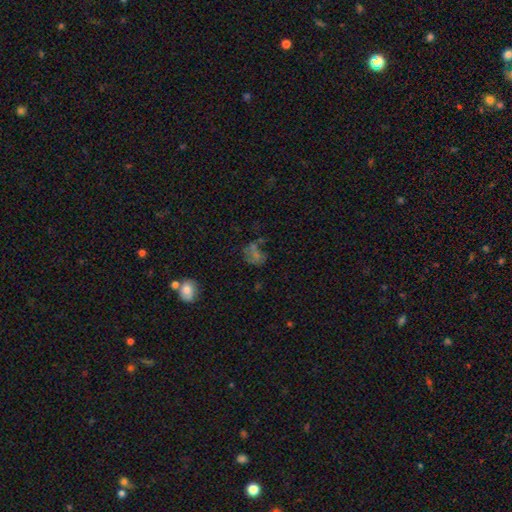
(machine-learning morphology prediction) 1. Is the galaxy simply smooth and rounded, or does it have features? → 38% smooth, 31% star or artifact, 30% featured or disk.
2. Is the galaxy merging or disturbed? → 47% none, 21% major disturbance, 19% minor disturbance, 13% merger.